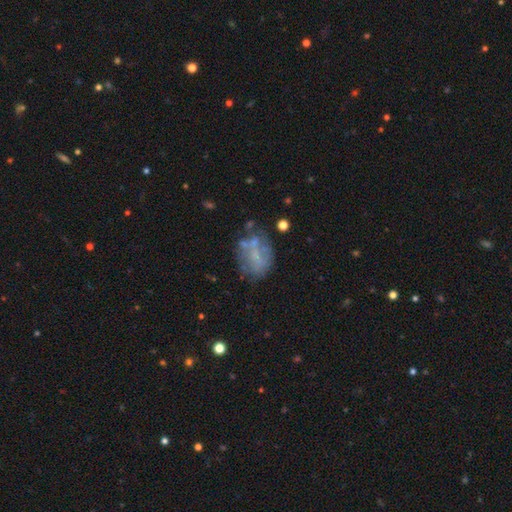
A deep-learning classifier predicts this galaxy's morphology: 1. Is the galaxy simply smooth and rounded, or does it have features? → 46% featured or disk, 42% smooth, 12% star or artifact.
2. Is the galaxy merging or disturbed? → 50% none, 23% minor disturbance, 16% major disturbance, 11% merger.